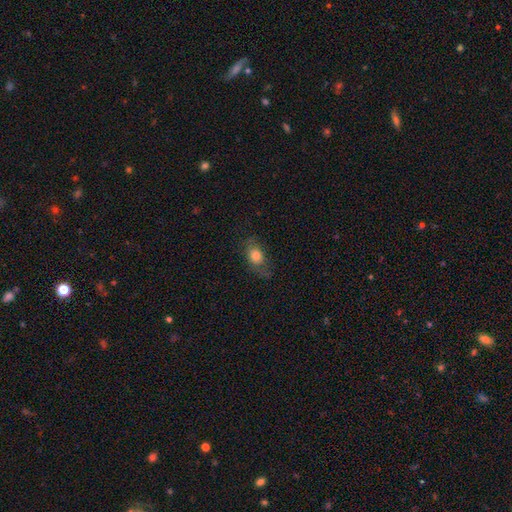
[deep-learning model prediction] Smooth or featured? smooth (76%)
How rounded? in between (70%)
Merging? none (62%)